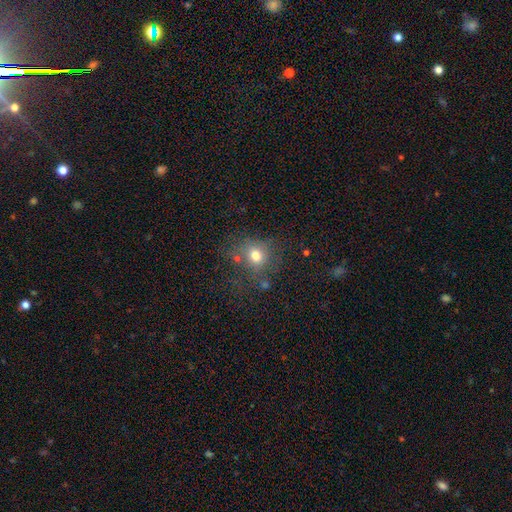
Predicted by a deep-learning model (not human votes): This is likely a smooth galaxy (73%). How rounded: likely round (79%). Merging: likely none (65%).